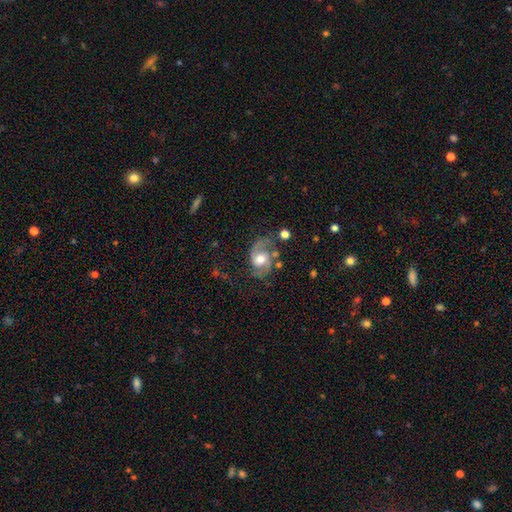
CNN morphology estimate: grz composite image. It shows a featured or disk galaxy (79%) with no bar (61%), 2 (87%) medium (50%) spiral arms (93%) and a moderate central bulge (70%). Merging: none (57%).